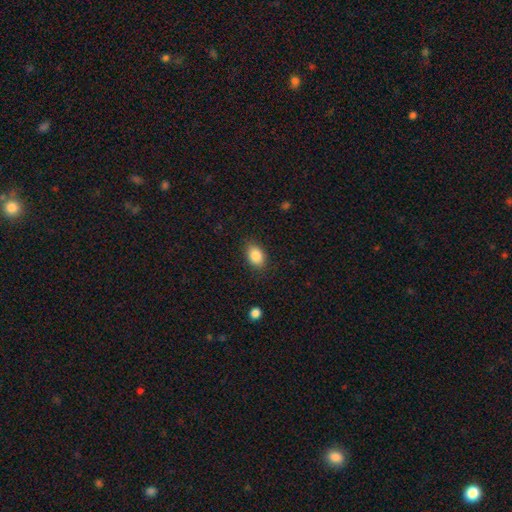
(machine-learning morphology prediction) Smooth or featured: smooth — 86% (star or artifact — 8%)
How rounded: in between — 81% (round — 18%)
Merging: none — 84% (minor disturbance — 12%)